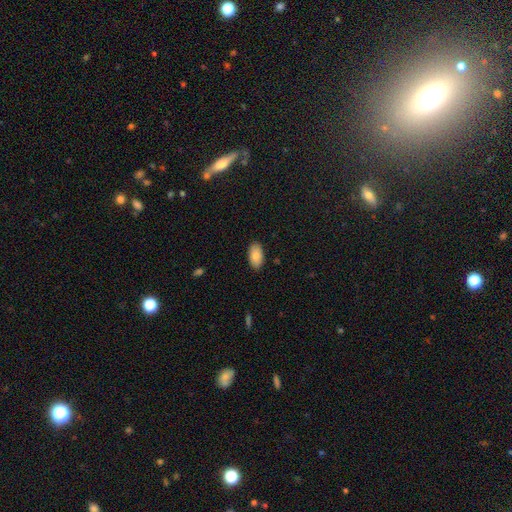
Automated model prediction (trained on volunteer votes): Smooth or featured? smooth (86%)
How rounded? in between (95%)
Merging? none (88%)